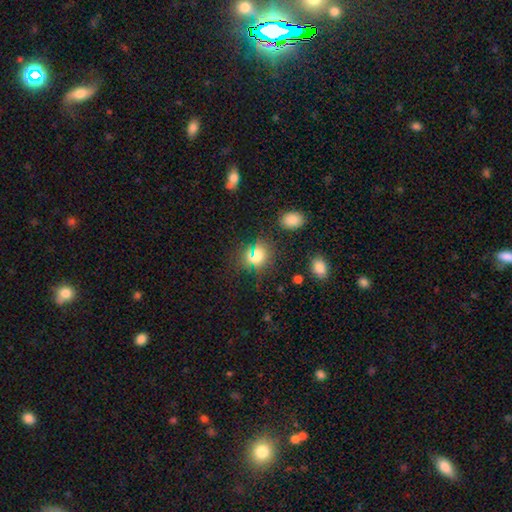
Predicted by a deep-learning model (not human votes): A smooth galaxy with no disk features (62%) that is round (73%).

Vote fractions:
- Smooth or featured? smooth: 62% / star or artifact: 30% / featured or disk: 8%
- How rounded? round: 73% / in between: 25% / cigar-shaped: 2%
- Merging? none: 79% / minor disturbance: 11% / major disturbance: 5% / merger: 4%